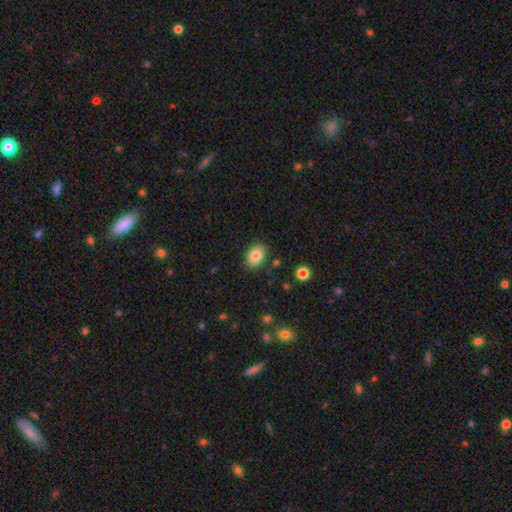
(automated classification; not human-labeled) Smooth or featured? Predicted: smooth (p=0.83). How rounded? Predicted: in between (p=0.82). Merging? Predicted: none (p=0.86).